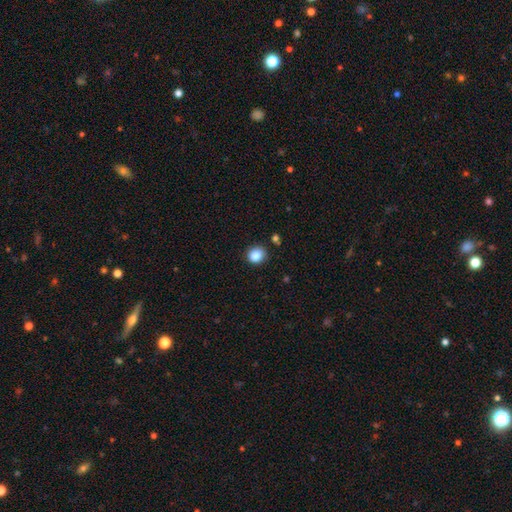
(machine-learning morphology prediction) type=smooth (85%); roundness=round (83%); merging=none (87%).